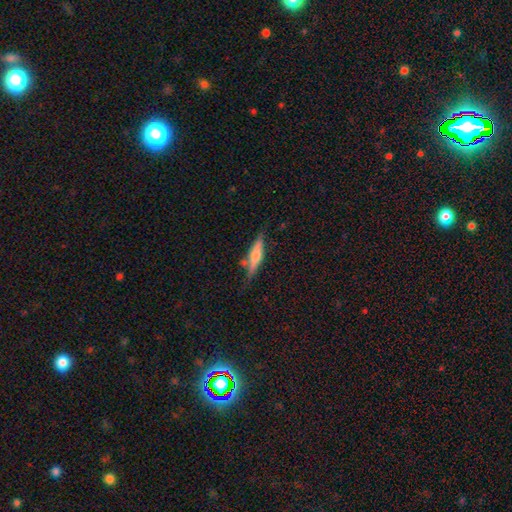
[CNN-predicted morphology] A featured or disk galaxy (48%).

Vote fractions:
- Smooth or featured? featured or disk: 48% / smooth: 45% / star or artifact: 6%
- Merging? none: 67% / minor disturbance: 20% / merger: 7% / major disturbance: 5%